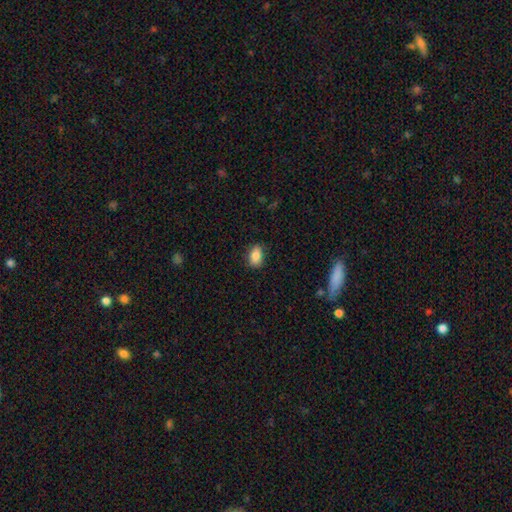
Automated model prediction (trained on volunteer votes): Morphology: type=smooth (83%); roundness=in between (83%); merging=none (85%).